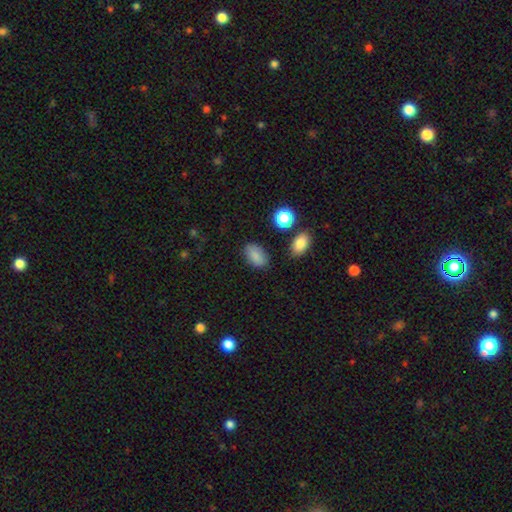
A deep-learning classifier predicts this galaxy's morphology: Smooth or featured? smooth (86%)
How rounded? in between (91%)
Merging? none (81%)